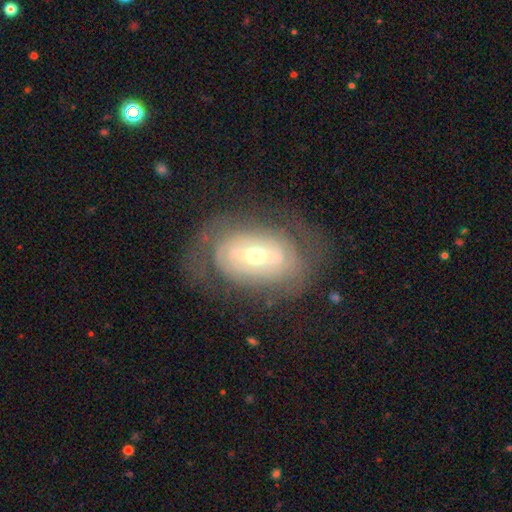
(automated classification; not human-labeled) smooth_or_featured: featured or disk (p=0.73) [alt: smooth p=0.20]
disk_edge_on: no (p=0.93) [alt: yes p=0.07]
bar: no (p=0.39) [alt: weak p=0.35]
has_spiral_arms: yes (p=0.62) [alt: no p=0.38]
bulge_size: moderate (p=0.51) [alt: small p=0.42]
merging: none (p=0.70) [alt: minor disturbance p=0.16]